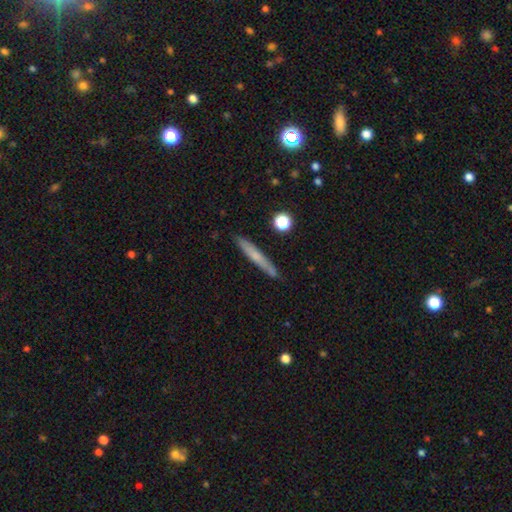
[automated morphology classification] Q: Smooth or featured?
A: smooth (56%); runner-up: featured or disk (37%)
Q: How rounded?
A: cigar-shaped (95%); runner-up: in between (3%)
Q: Merging?
A: none (86%); runner-up: minor disturbance (10%)